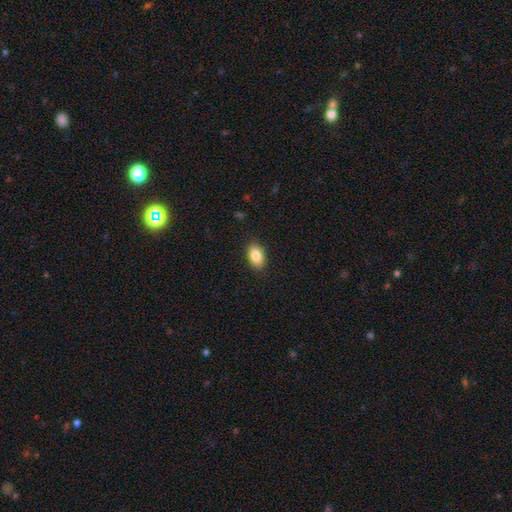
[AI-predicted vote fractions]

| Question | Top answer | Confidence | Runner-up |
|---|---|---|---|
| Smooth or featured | smooth | 84% | featured or disk (8%) |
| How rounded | in between | 89% | round (10%) |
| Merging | none | 88% | minor disturbance (9%) |